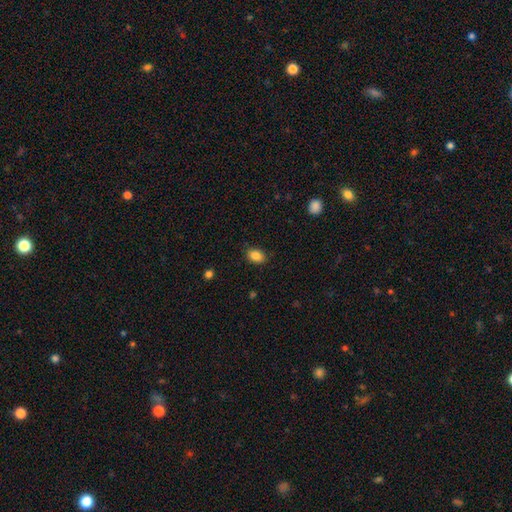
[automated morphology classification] Smooth or featured? smooth (87%)
How rounded? in between (80%)
Merging? none (83%)